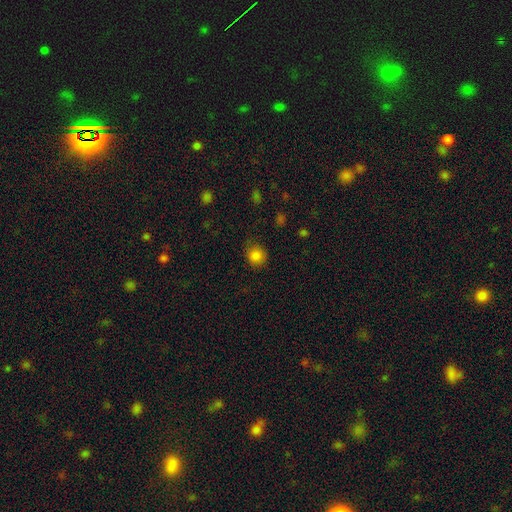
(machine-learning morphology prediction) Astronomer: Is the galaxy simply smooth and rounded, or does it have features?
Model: smooth — 84%.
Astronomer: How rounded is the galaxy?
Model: round — 83%.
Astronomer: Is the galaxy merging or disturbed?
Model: none — 80%.